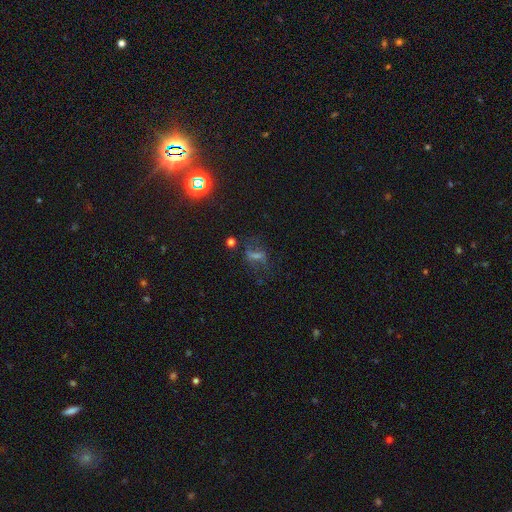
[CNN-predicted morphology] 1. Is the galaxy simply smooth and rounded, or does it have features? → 38% star or artifact, 34% featured or disk, 29% smooth.